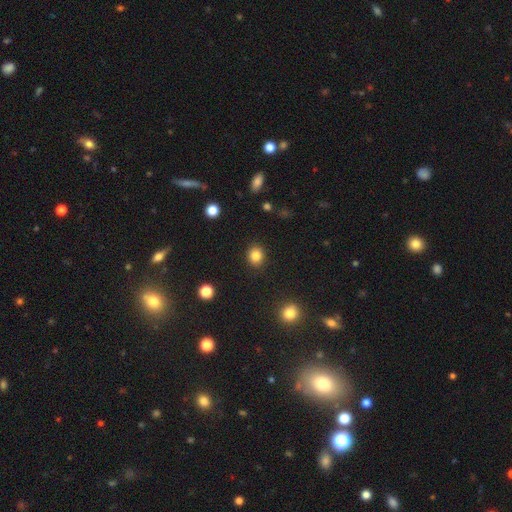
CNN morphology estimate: A smooth galaxy with no disk features (84%) that is round (76%). Merging: none (90%).